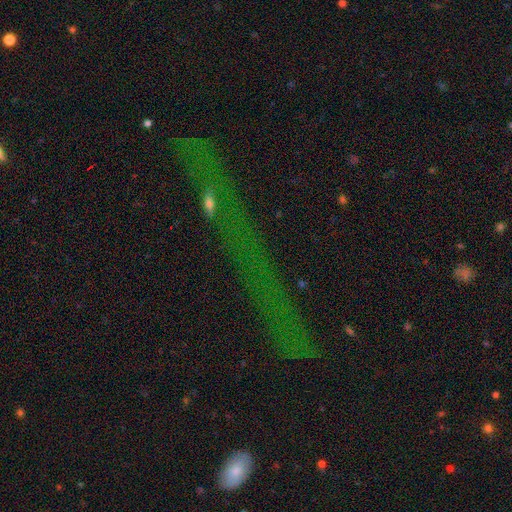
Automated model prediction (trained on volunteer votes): Smooth or featured?
  - star or artifact: 65% *
  - smooth: 18%
  - featured or disk: 17%